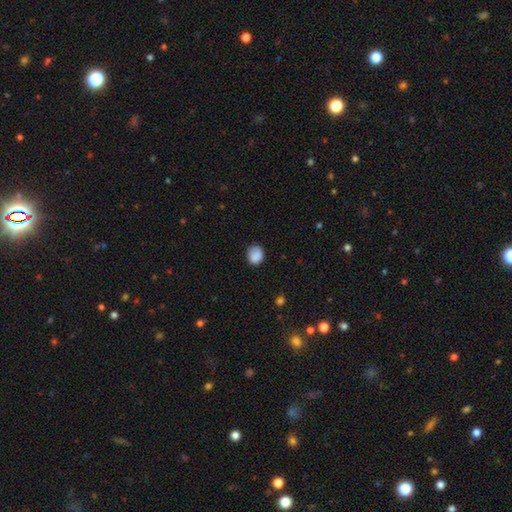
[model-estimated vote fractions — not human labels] Q: Smooth or featured?
A: smooth (87%); runner-up: star or artifact (8%)
Q: How rounded?
A: round (65%); runner-up: in between (34%)
Q: Merging?
A: none (78%); runner-up: minor disturbance (17%)